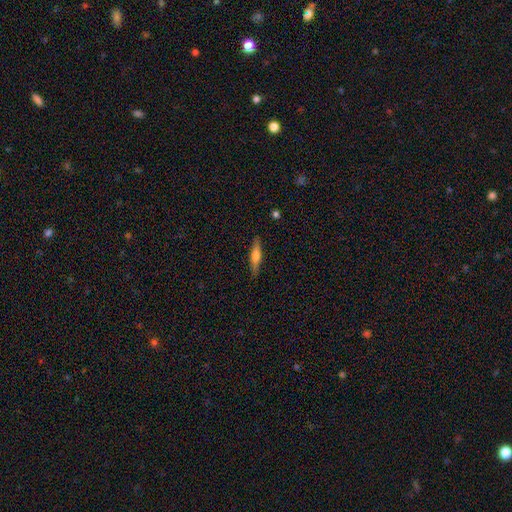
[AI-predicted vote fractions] Morphology: type=featured or disk (52%); edge-on=yes (95%); merging=none (90%).